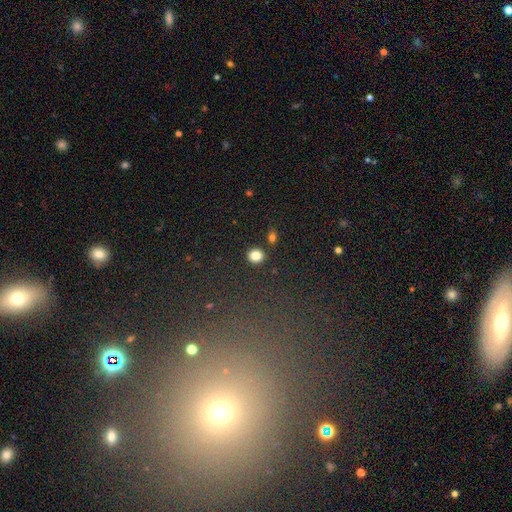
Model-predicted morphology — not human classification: Smooth or featured: smooth — 83% (star or artifact — 12%)
How rounded: round — 80% (in between — 19%)
Merging: none — 86% (minor disturbance — 7%)